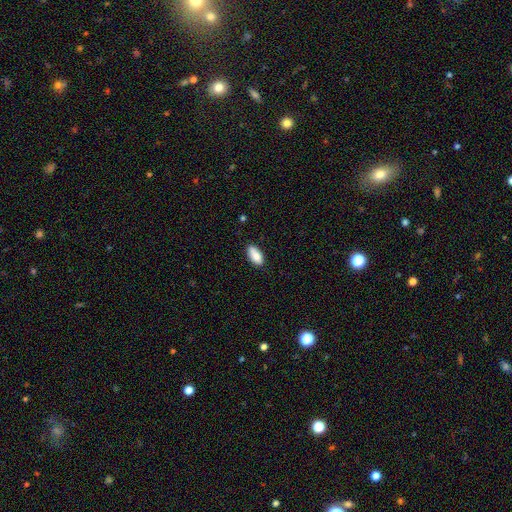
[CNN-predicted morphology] Smooth or featured?
  - smooth: 87% *
  - star or artifact: 7%
  - featured or disk: 7%
How rounded?
  - in between: 90% *
  - cigar-shaped: 8%
  - round: 2%
Merging?
  - none: 80% *
  - minor disturbance: 16%
  - major disturbance: 2%
  - merger: 2%